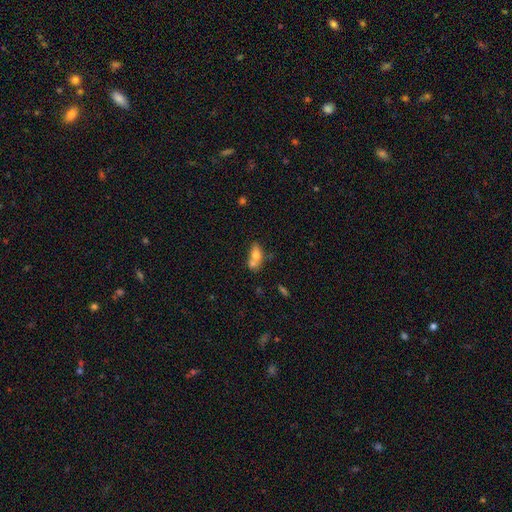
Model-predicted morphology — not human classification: The model was most divided on "merging": merger: 56%, none: 28%, minor disturbance: 11%, major disturbance: 5%. More confident: how rounded — in between (77%); smooth or featured — smooth (70%).